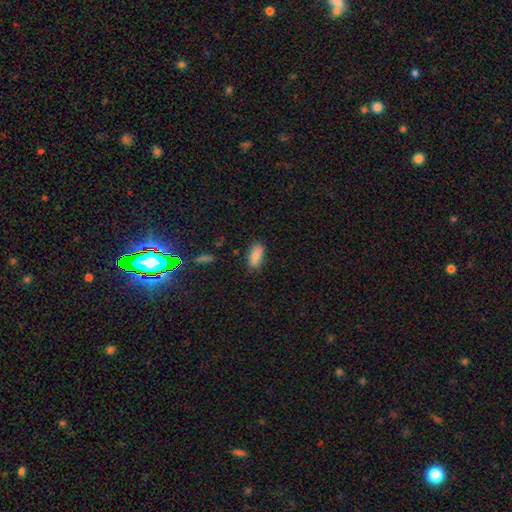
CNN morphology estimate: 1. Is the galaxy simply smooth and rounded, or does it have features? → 83% smooth, 9% featured or disk, 8% star or artifact.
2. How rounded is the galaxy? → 90% in between, 7% cigar-shaped, 3% round.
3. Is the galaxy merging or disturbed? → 81% none, 15% minor disturbance, 3% major disturbance, 2% merger.